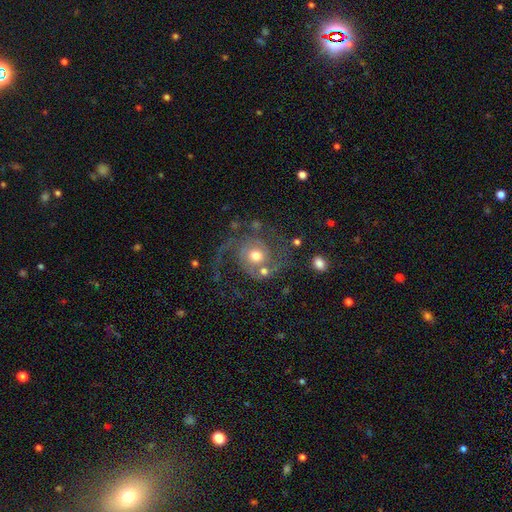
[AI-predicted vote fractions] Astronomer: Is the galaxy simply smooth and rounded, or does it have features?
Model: featured or disk — 84%.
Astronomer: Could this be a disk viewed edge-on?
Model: no — 98%.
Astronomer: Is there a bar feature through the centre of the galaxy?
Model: no — 75%.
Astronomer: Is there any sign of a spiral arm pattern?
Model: yes — 95%.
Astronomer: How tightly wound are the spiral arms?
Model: medium — 49% (runner-up: loose, 27%).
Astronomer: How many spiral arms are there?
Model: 2 — 75%.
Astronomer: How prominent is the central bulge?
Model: moderate — 71%.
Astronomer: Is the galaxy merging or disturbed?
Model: none — 57%.